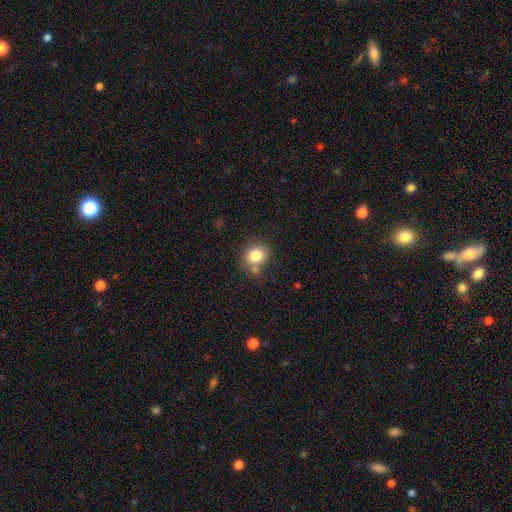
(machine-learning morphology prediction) smooth-or-featured: smooth: 81% | star or artifact: 10% | featured or disk: 9%
  how-rounded: round: 68% | in between: 31% | cigar-shaped: 1%
  merging: none: 66% | minor disturbance: 15% | merger: 14% | major disturbance: 5%